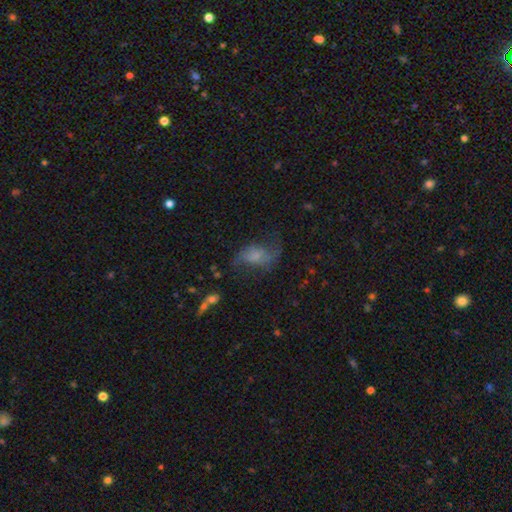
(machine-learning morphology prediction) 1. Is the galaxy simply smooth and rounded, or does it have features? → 61% featured or disk, 27% smooth, 12% star or artifact.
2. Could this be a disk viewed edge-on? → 96% no, 4% yes.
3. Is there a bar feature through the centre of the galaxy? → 51% no, 38% weak, 11% strong.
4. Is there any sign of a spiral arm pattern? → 87% yes, 13% no.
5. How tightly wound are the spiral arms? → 73% loose, 22% medium, 5% tight.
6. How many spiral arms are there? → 86% 2, 6% 1, 5% can't tell, 1% 3, 1% 4, 1% more than 4.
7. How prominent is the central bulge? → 38% none, 28% small, 20% moderate, 10% large, 3% dominant.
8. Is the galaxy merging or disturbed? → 51% none, 24% major disturbance, 22% minor disturbance, 3% merger.